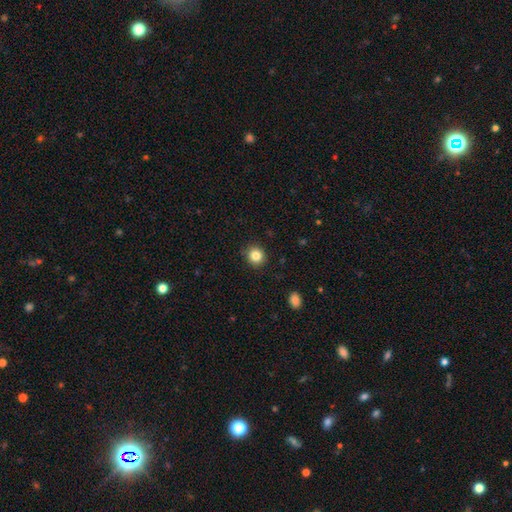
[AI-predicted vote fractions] A smooth galaxy with no disk features (84%) that is round (89%). Merging: none (90%).